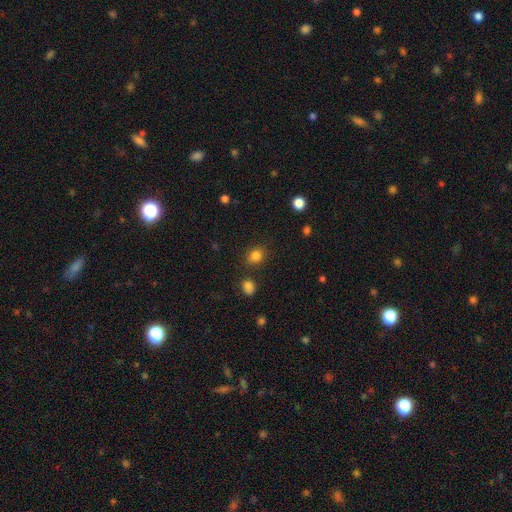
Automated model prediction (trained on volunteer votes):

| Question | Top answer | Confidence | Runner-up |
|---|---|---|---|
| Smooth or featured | smooth | 83% | star or artifact (12%) |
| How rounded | round | 65% | in between (34%) |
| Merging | none | 83% | minor disturbance (10%) |